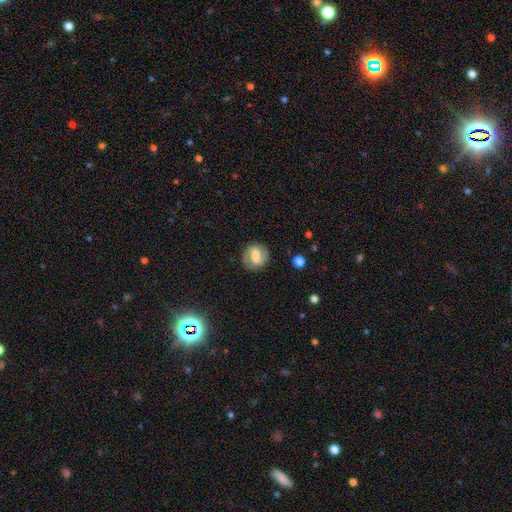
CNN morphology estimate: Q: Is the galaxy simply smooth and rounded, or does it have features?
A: featured or disk — 66%.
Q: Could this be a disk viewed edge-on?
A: no — 97%.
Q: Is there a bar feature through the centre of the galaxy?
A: weak — 50%.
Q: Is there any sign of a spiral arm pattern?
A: yes — 89%.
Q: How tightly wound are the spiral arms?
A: medium — 47%.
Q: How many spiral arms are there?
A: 2 — 88%.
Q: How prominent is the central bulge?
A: moderate — 51%.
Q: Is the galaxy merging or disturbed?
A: none — 85%.